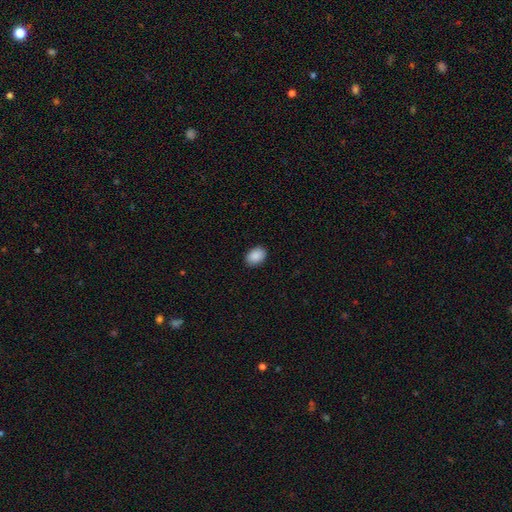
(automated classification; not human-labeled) smooth_or_featured: smooth (p=0.90) [alt: star or artifact p=0.07]
how_rounded: in between (p=0.81) [alt: round p=0.18]
merging: none (p=0.89) [alt: minor disturbance p=0.08]